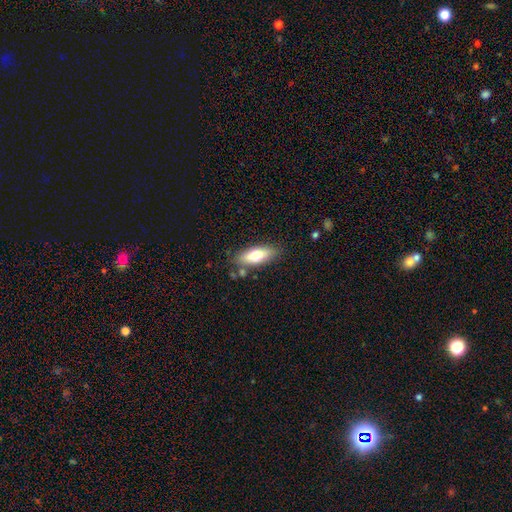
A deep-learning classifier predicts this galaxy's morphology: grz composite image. It shows a smooth galaxy with no disk features (69%) that is in between round and cigar-shaped (68%). Merging: none (80%).